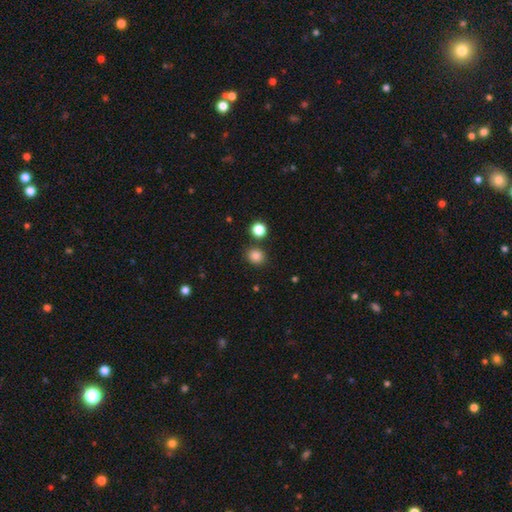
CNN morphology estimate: Smooth or featured? Predicted: smooth (p=0.84). How rounded? Predicted: round (p=0.76). Merging? Predicted: none (p=0.82).